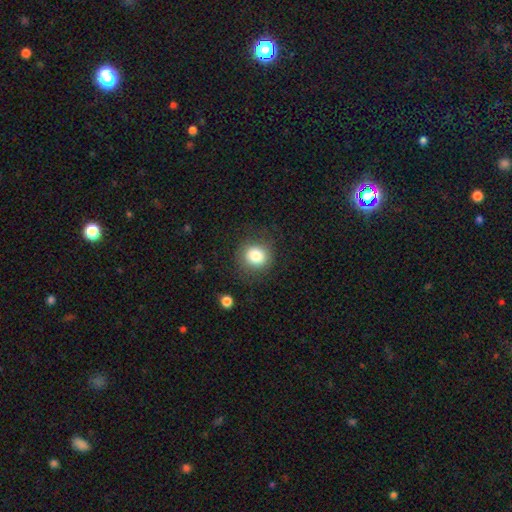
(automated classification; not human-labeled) smooth_or_featured: smooth (p=0.82) [alt: star or artifact p=0.10]
how_rounded: round (p=0.87) [alt: in between p=0.12]
merging: none (p=0.83) [alt: minor disturbance p=0.11]